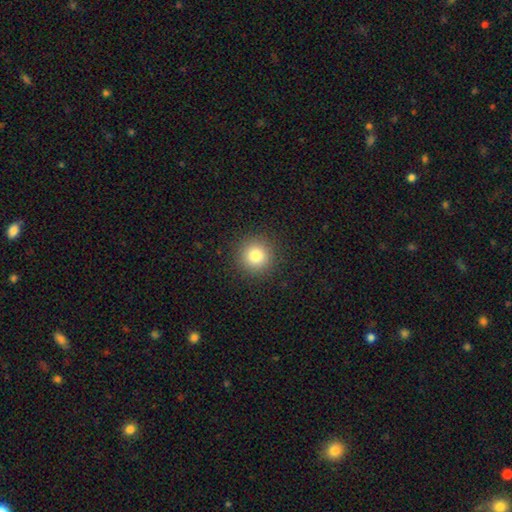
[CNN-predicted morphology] smooth_or_featured: smooth (p=0.81) [alt: star or artifact p=0.12]
how_rounded: round (p=0.95) [alt: in between p=0.04]
merging: none (p=0.92) [alt: minor disturbance p=0.05]